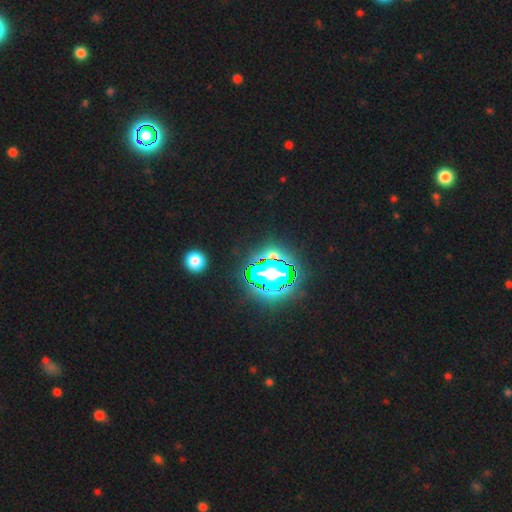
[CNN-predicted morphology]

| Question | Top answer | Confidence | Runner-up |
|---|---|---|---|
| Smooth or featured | star or artifact | 83% | smooth (10%) |